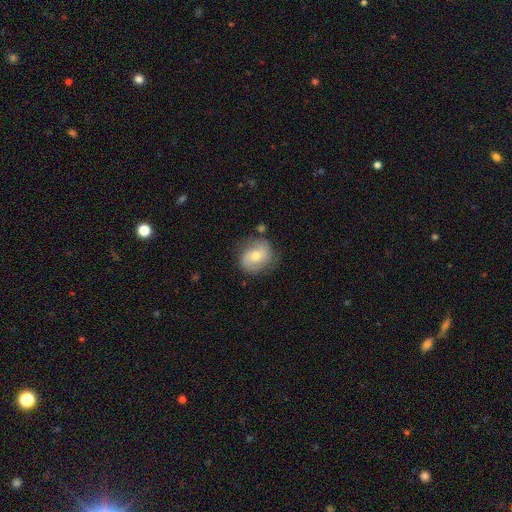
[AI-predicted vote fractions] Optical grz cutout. It shows a featured or disk galaxy (57%) with no bar (59%), spiral arms (83%) and a moderate central bulge (58%). Merging: none (71%).